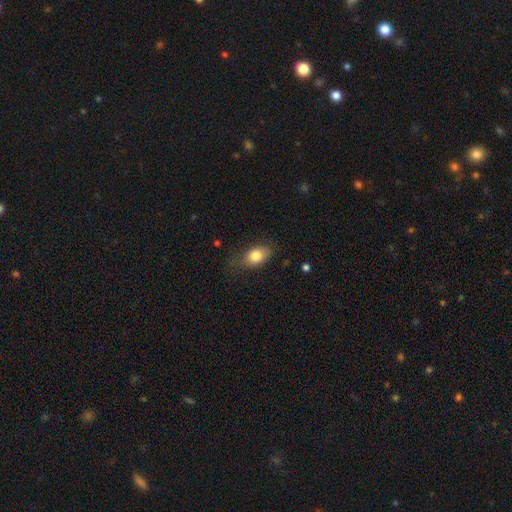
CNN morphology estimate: This is clearly a smooth galaxy (80%). How rounded: clearly in between (82%). Merging: likely none (67%).